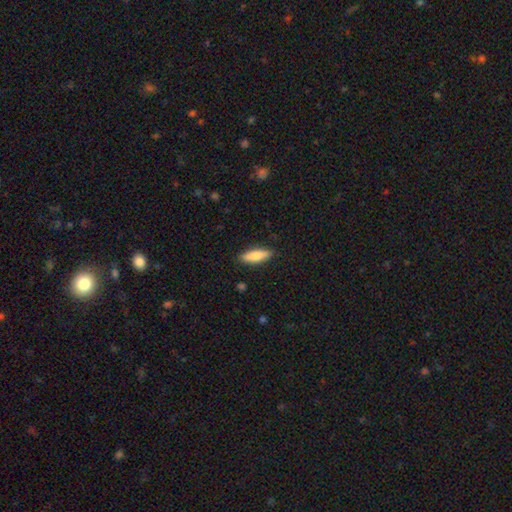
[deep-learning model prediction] Overall: smooth (80%). How rounded: cigar-shaped (54%; in between 44%). Merging: none (88%).